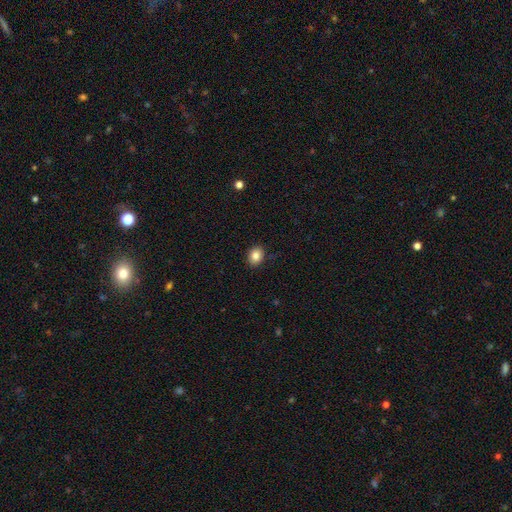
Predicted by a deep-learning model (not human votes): Smooth or featured: smooth — 84% (star or artifact — 10%)
How rounded: in between — 51% (round — 48%)
Merging: none — 90% (minor disturbance — 7%)